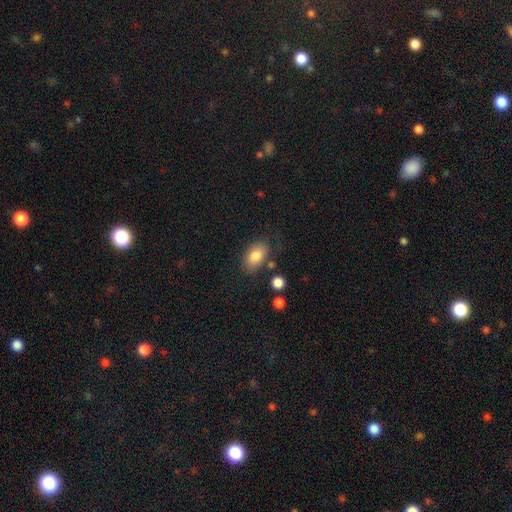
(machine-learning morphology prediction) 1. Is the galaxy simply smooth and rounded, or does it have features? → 81% smooth, 11% featured or disk, 8% star or artifact.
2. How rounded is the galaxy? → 88% in between, 10% round, 2% cigar-shaped.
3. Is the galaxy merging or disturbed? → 75% none, 15% minor disturbance, 5% major disturbance, 5% merger.